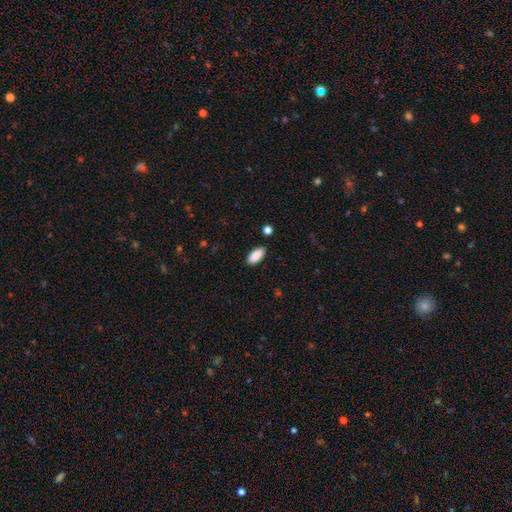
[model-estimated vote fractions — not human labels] Smooth or featured? Predicted: smooth (p=0.89). How rounded? Predicted: in between (p=0.89). Merging? Predicted: none (p=0.88).